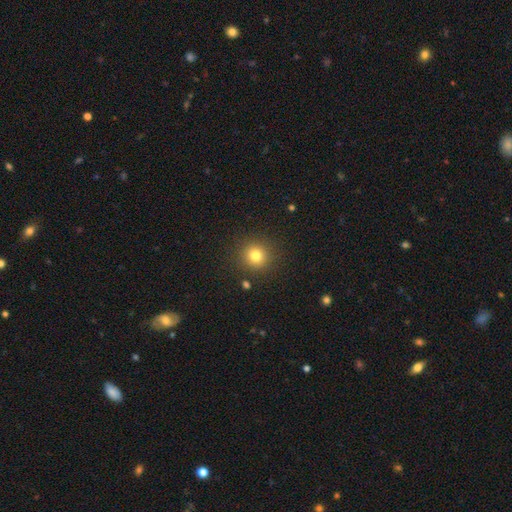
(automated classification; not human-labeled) smooth_or_featured: smooth (p=0.79) [alt: star or artifact p=0.14]
how_rounded: round (p=0.93) [alt: in between p=0.06]
merging: none (p=0.89) [alt: minor disturbance p=0.07]